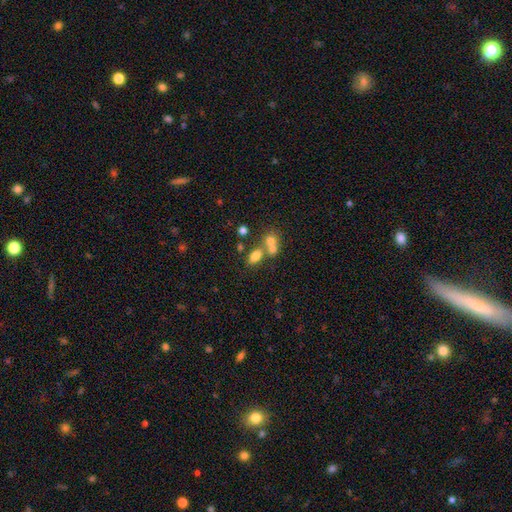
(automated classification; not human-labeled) A smooth galaxy with no disk features (73%) that is in between round and cigar-shaped (81%). Merging: merger (45%).